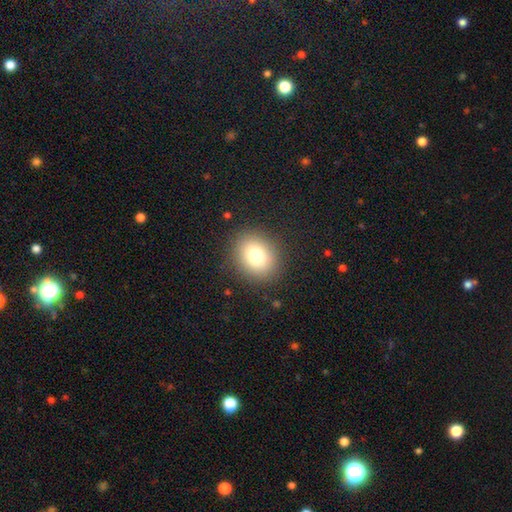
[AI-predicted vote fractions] A smooth galaxy with no disk features (76%) that is round (69%).

Vote fractions:
- Smooth or featured? smooth: 76% / star or artifact: 13% / featured or disk: 10%
- How rounded? round: 69% / in between: 30% / cigar-shaped: 1%
- Merging? none: 88% / minor disturbance: 8% / major disturbance: 3% / merger: 1%